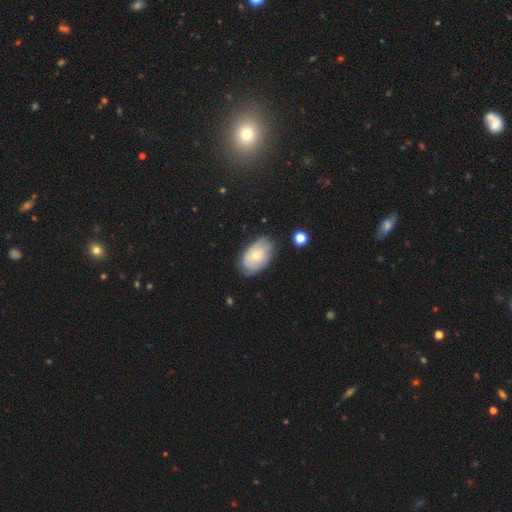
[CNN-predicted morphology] smooth-or-featured: smooth: 49% | featured or disk: 44% | star or artifact: 7%
  merging: none: 68% | minor disturbance: 24% | major disturbance: 6% | merger: 2%